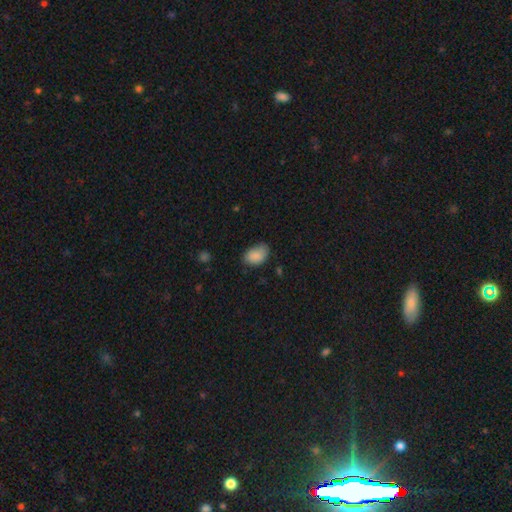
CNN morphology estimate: smooth_or_featured: smooth (p=0.87) [alt: star or artifact p=0.08]
how_rounded: in between (p=0.86) [alt: round p=0.13]
merging: none (p=0.61) [alt: minor disturbance p=0.31]